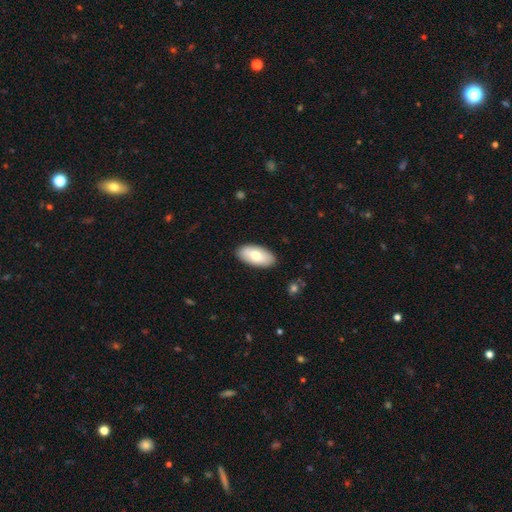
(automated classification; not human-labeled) smooth-or-featured: smooth: 71% | featured or disk: 23% | star or artifact: 6%
  how-rounded: in between: 94% | cigar-shaped: 4% | round: 2%
  merging: none: 88% | minor disturbance: 9% | major disturbance: 2% | merger: 1%